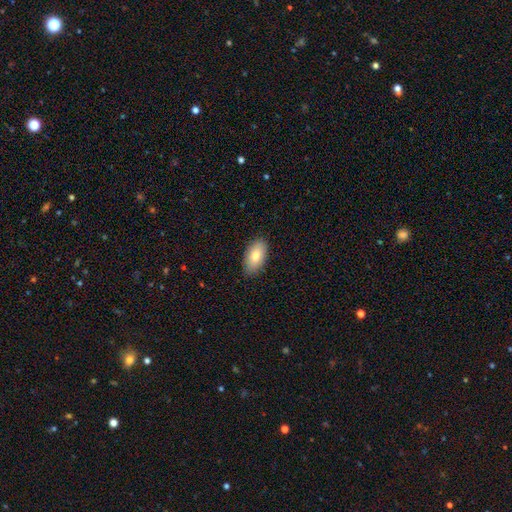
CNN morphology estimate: A smooth galaxy with no disk features (83%) that is in between round and cigar-shaped (93%).

Vote fractions:
- Smooth or featured? smooth: 83% / featured or disk: 11% / star or artifact: 6%
- How rounded? in between: 93% / cigar-shaped: 4% / round: 3%
- Merging? none: 87% / minor disturbance: 10% / major disturbance: 2% / merger: 1%